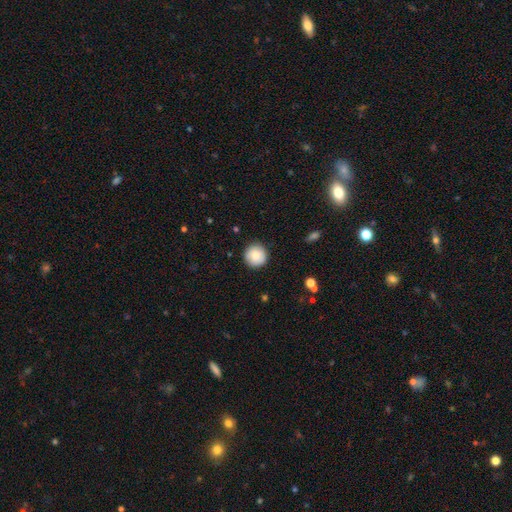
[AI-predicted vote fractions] Smooth or featured?
  - smooth: 82% *
  - featured or disk: 10%
  - star or artifact: 8%
How rounded?
  - round: 95% *
  - in between: 4%
  - cigar-shaped: 1%
Merging?
  - none: 89% *
  - minor disturbance: 8%
  - major disturbance: 2%
  - merger: 1%